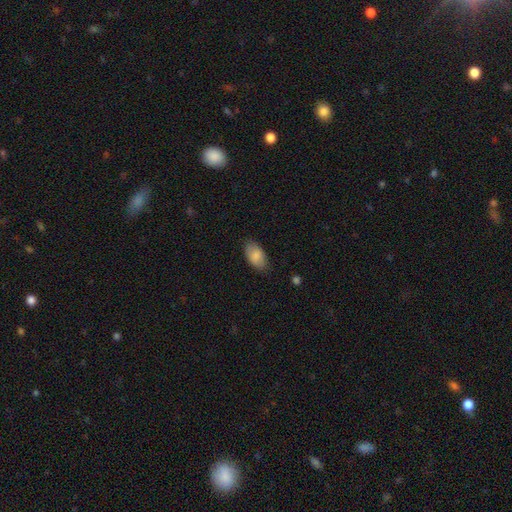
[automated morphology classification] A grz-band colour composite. It shows a smooth galaxy with no disk features (84%) that is in between round and cigar-shaped (94%). Merging: none (81%).